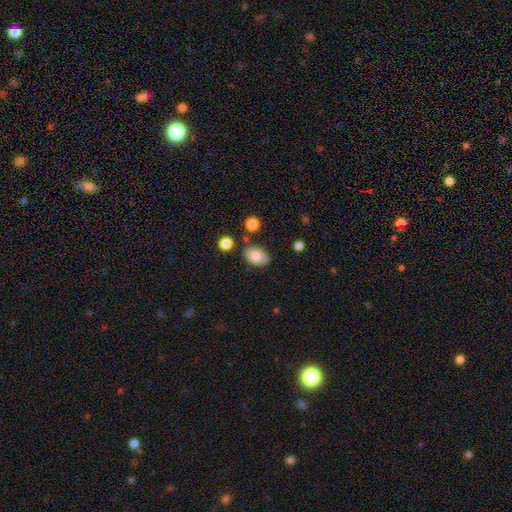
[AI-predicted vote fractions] smooth-or-featured: smooth: 78% | featured or disk: 14% | star or artifact: 8%
  how-rounded: in between: 86% | round: 13% | cigar-shaped: 1%
  merging: none: 76% | minor disturbance: 16% | merger: 5% | major disturbance: 3%